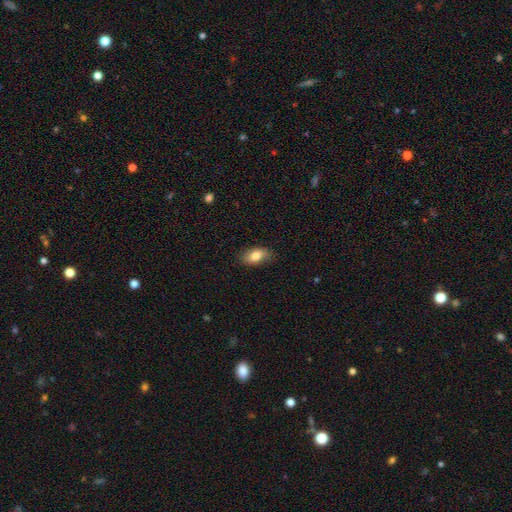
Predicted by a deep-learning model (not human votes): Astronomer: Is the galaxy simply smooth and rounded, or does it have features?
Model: smooth — 81%.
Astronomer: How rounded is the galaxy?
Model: in between — 90%.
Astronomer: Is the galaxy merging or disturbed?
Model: none — 81%.